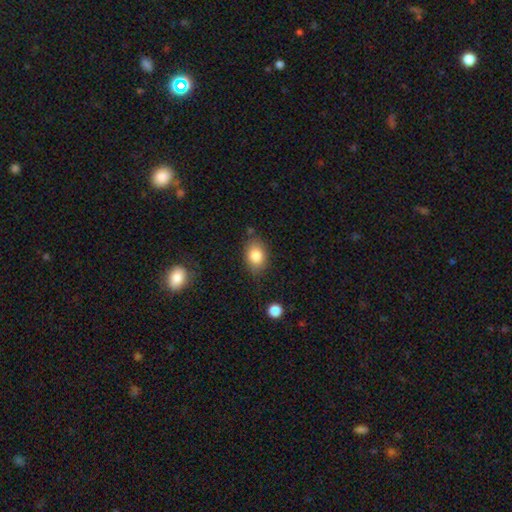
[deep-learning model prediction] Smooth or featured?
  - smooth: 83% *
  - featured or disk: 8%
  - star or artifact: 8%
How rounded?
  - in between: 76% *
  - round: 23%
  - cigar-shaped: 1%
Merging?
  - none: 76% *
  - minor disturbance: 17%
  - major disturbance: 4%
  - merger: 3%